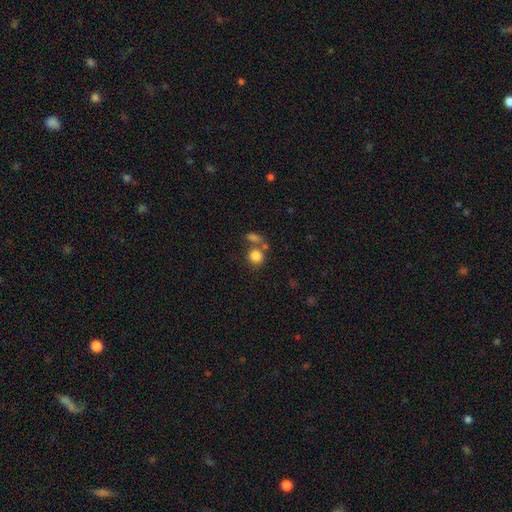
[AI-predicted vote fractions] smooth_or_featured: smooth (p=0.82) [alt: star or artifact p=0.10]
how_rounded: round (p=0.82) [alt: in between p=0.16]
merging: none (p=0.55) [alt: merger p=0.30]